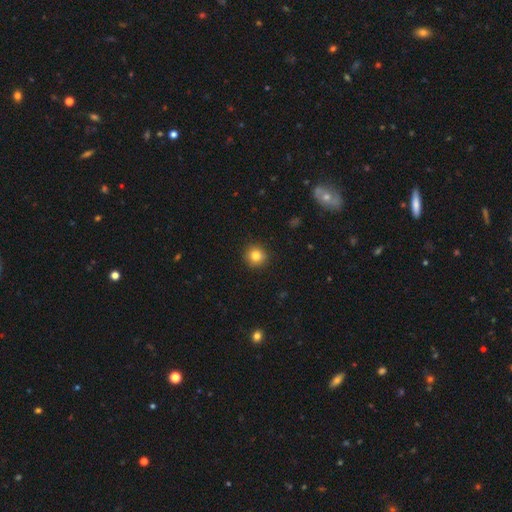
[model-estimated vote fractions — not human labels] Q: Smooth or featured?
A: smooth (82%); runner-up: star or artifact (11%)
Q: How rounded?
A: round (91%); runner-up: in between (8%)
Q: Merging?
A: none (90%); runner-up: minor disturbance (7%)